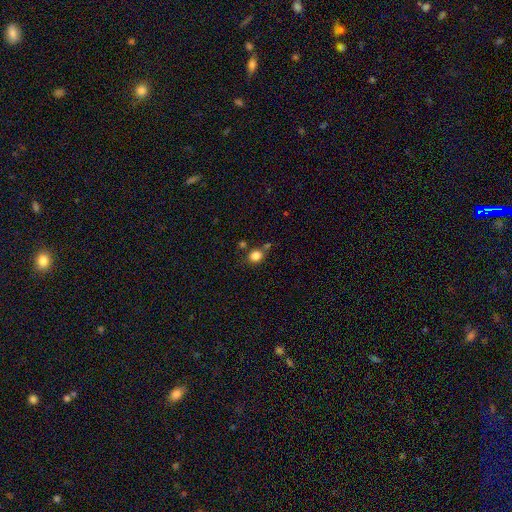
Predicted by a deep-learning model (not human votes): A smooth galaxy with no disk features (83%) that is round (74%). Merging: none (65%).